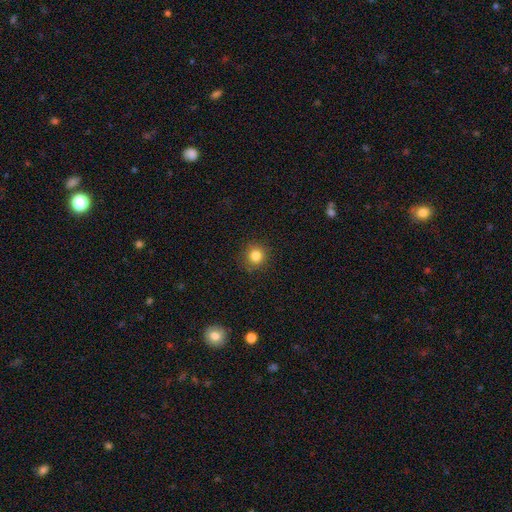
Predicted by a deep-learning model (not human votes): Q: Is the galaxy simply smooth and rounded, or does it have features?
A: smooth — 83%.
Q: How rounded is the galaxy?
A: round — 92%.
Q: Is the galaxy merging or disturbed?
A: none — 88%.